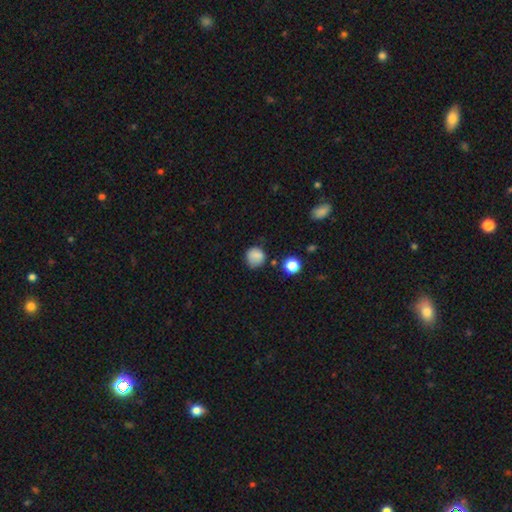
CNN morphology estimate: A smooth galaxy with no disk features (82%) that is round (84%). Merging: none (71%).